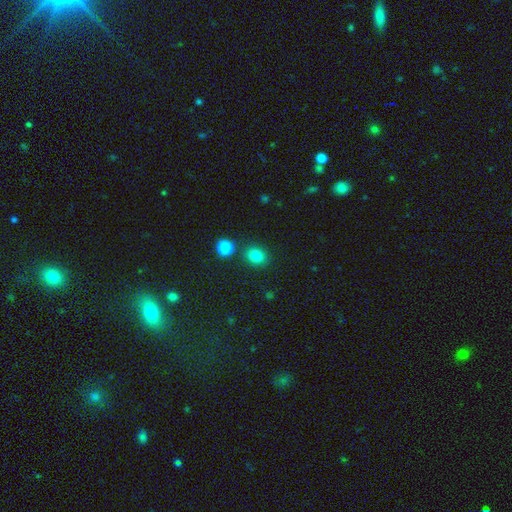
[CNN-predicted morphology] smooth-or-featured: smooth: 81% | star or artifact: 13% | featured or disk: 6%
  how-rounded: round: 62% | in between: 37% | cigar-shaped: 1%
  merging: none: 84% | minor disturbance: 8% | merger: 5% | major disturbance: 3%